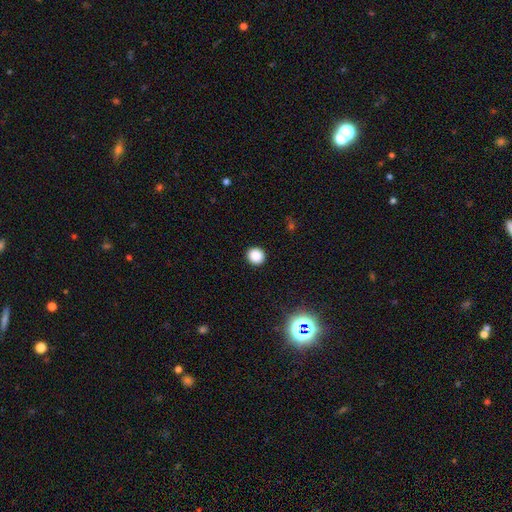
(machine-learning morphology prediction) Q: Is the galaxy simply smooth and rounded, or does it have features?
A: smooth — 87%.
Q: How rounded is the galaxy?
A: round — 91%.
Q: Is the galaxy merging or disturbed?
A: none — 92%.